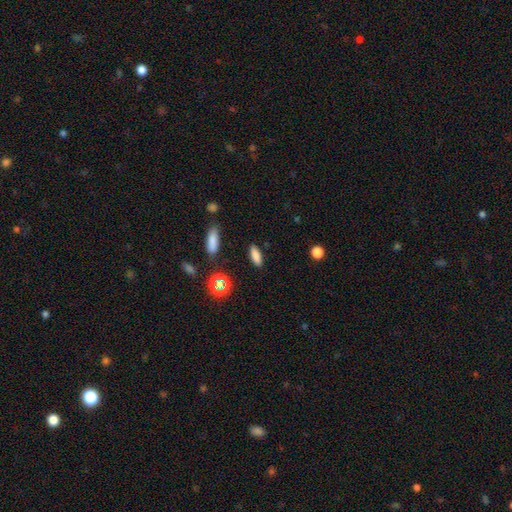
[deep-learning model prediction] smooth_or_featured: smooth (p=0.82) [alt: star or artifact p=0.12]
how_rounded: in between (p=0.64) [alt: cigar-shaped p=0.32]
merging: none (p=0.87) [alt: minor disturbance p=0.08]